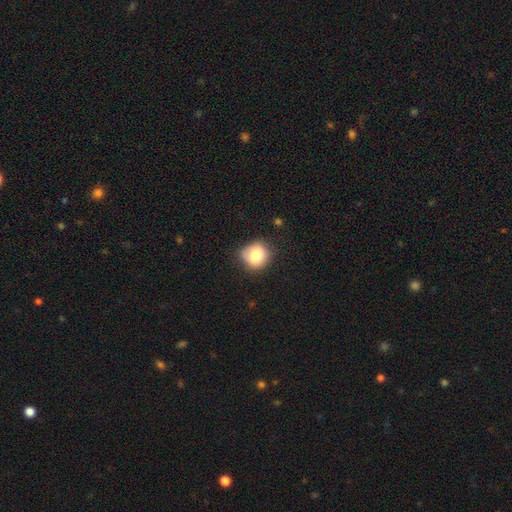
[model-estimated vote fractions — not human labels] smooth_or_featured: smooth (p=0.79) [alt: featured or disk p=0.12]
how_rounded: round (p=0.84) [alt: in between p=0.15]
merging: none (p=0.68) [alt: minor disturbance p=0.24]